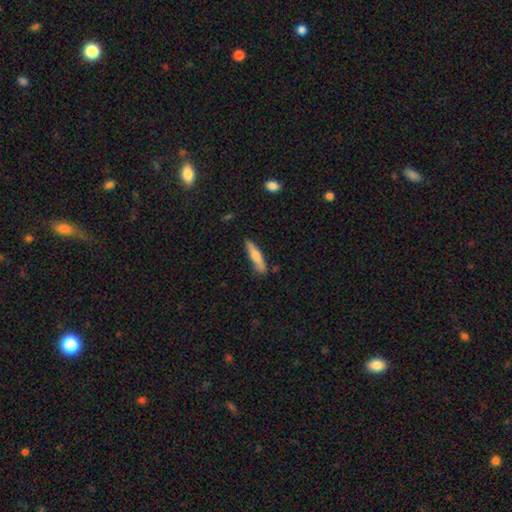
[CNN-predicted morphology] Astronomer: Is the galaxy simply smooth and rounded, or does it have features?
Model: smooth — 59% (runner-up: featured or disk, 35%).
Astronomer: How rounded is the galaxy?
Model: cigar-shaped — 86%.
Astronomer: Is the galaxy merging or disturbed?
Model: none — 82%.